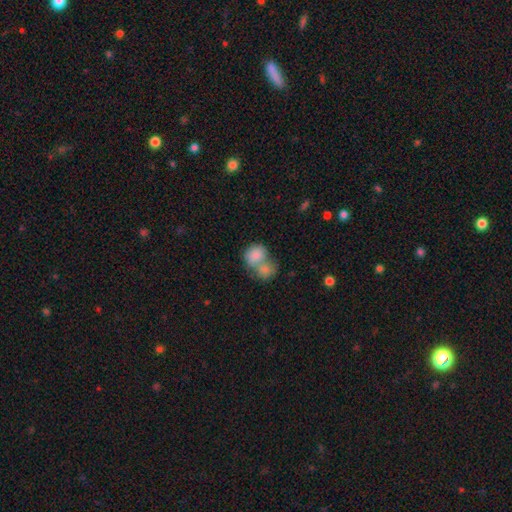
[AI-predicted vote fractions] The model was most divided on "how rounded": round: 59%, in between: 40%, cigar-shaped: 1%. More confident: smooth or featured — smooth (81%); merging — merger (68%).